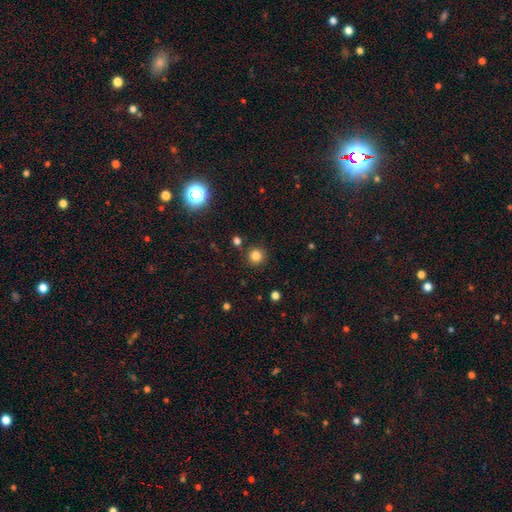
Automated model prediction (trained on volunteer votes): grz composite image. It shows a smooth galaxy with no disk features (81%) that is round (94%). Merging: none (88%).